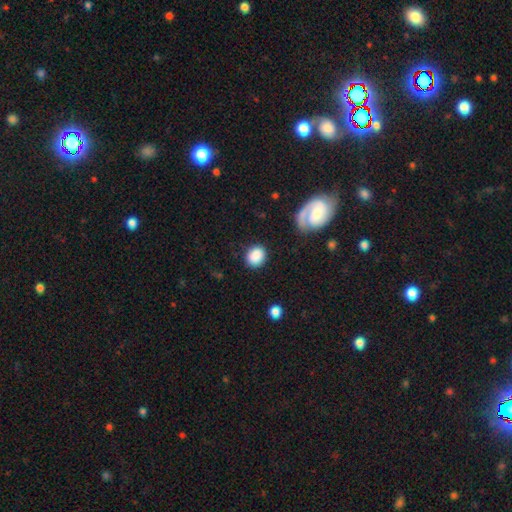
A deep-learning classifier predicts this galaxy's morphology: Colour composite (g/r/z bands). It shows a smooth galaxy with no disk features (84%) that is round (70%). Merging: none (81%).